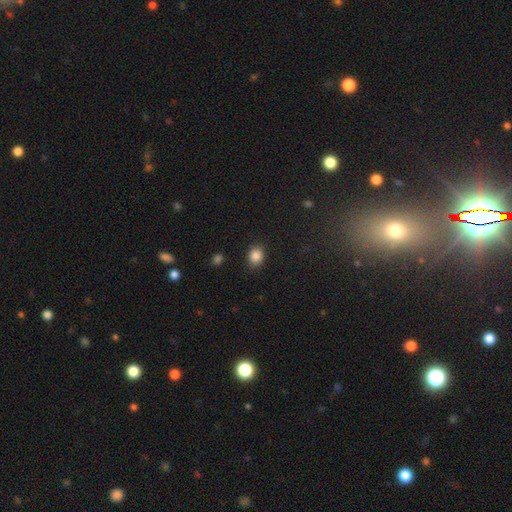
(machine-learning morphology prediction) smooth-or-featured: smooth: 87% | star or artifact: 9% | featured or disk: 4%
  how-rounded: round: 51% | in between: 48% | cigar-shaped: 1%
  merging: none: 85% | minor disturbance: 11% | major disturbance: 3% | merger: 1%